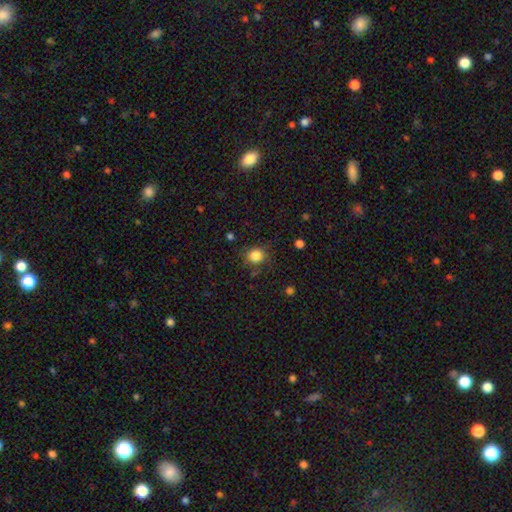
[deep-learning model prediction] Morphology: type=smooth (84%); roundness=round (84%); merging=none (80%).